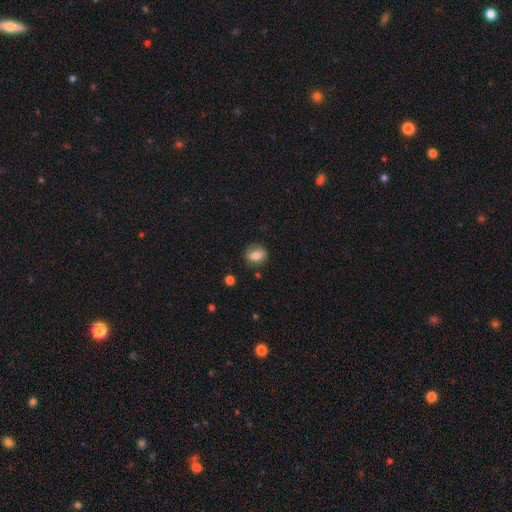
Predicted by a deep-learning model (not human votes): This is likely a smooth galaxy (74%). How rounded: likely round (66%). Merging: likely none (77%).